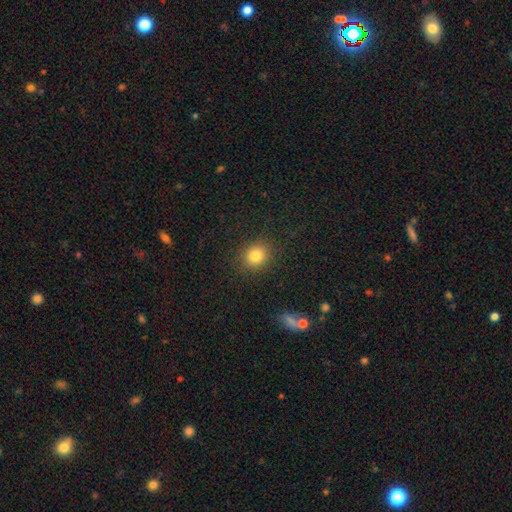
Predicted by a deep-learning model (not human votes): Q: Smooth or featured?
A: smooth (82%); runner-up: star or artifact (12%)
Q: How rounded?
A: round (78%); runner-up: in between (21%)
Q: Merging?
A: none (88%); runner-up: minor disturbance (8%)